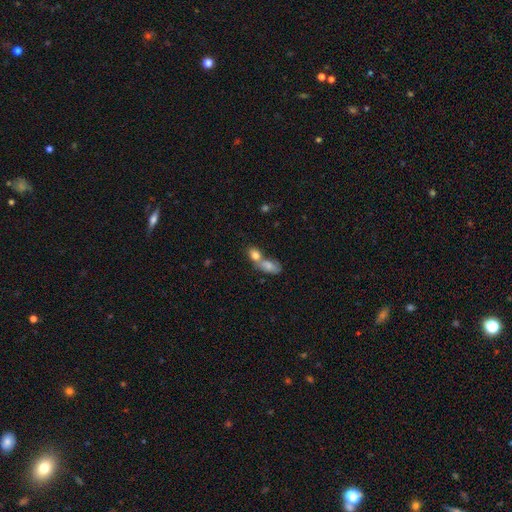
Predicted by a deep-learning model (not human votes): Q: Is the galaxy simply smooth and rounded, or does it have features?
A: smooth — 80%.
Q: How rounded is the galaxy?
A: in between — 72%.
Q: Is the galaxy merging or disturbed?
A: merger — 67%.